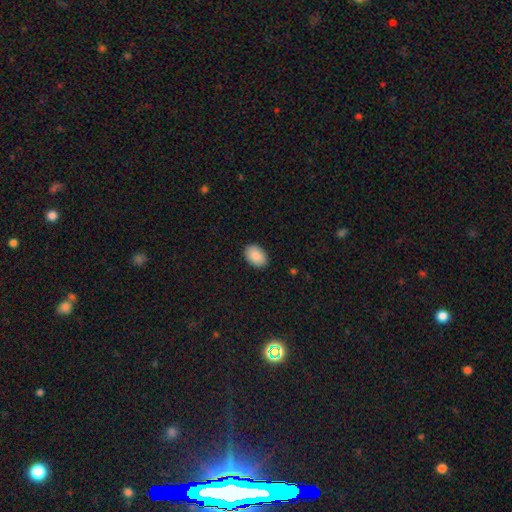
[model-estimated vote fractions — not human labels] smooth_or_featured: smooth (p=0.89) [alt: star or artifact p=0.06]
how_rounded: in between (p=0.87) [alt: round p=0.12]
merging: none (p=0.90) [alt: minor disturbance p=0.08]